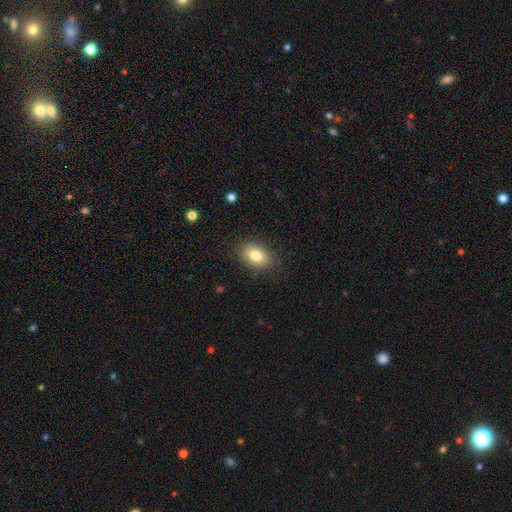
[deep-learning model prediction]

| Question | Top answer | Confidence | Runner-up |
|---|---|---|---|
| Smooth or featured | smooth | 81% | featured or disk (10%) |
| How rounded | in between | 85% | round (13%) |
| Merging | none | 85% | minor disturbance (11%) |